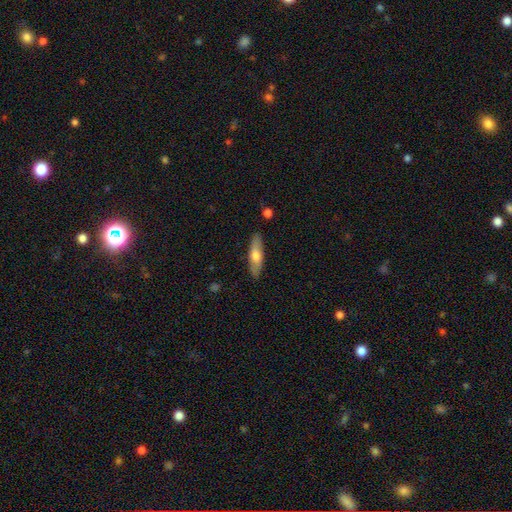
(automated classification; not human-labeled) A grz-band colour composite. It shows a smooth galaxy with no disk features (60%) that is cigar-shaped (60%). Merging: none (87%).